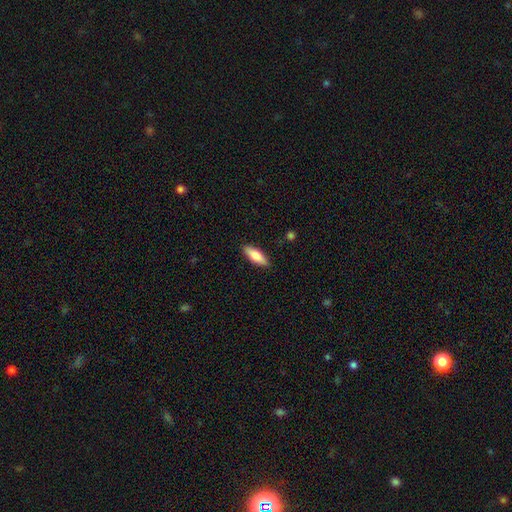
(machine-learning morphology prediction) Smooth or featured? Predicted: smooth (p=0.73). How rounded? Predicted: in between (p=0.61). Merging? Predicted: none (p=0.89).